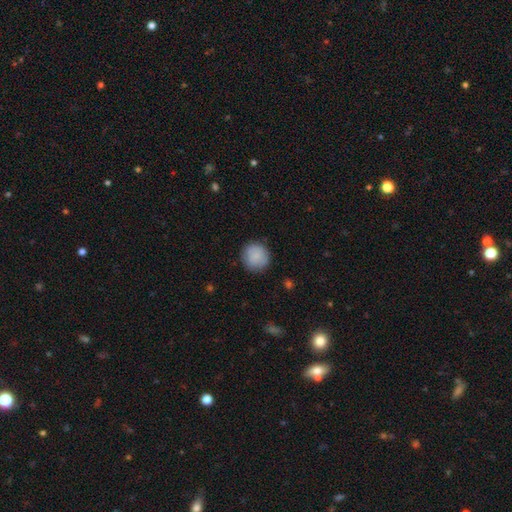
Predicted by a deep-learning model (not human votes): smooth-or-featured: smooth: 85% | featured or disk: 8% | star or artifact: 7%
  how-rounded: round: 93% | in between: 6% | cigar-shaped: 1%
  merging: none: 86% | minor disturbance: 11% | major disturbance: 3% | merger: 1%